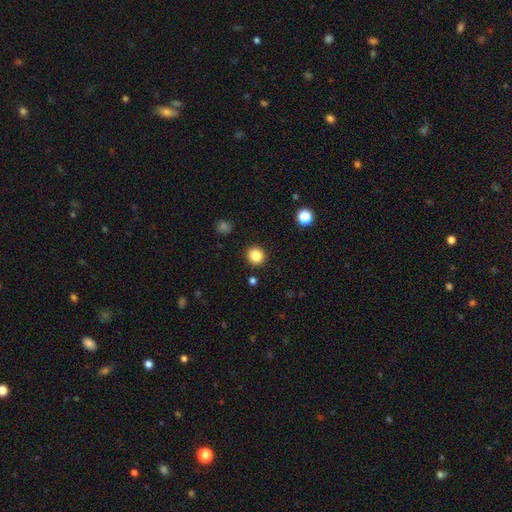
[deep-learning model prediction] Smooth or featured: smooth — 85% (star or artifact — 11%)
How rounded: round — 92% (in between — 7%)
Merging: none — 91% (minor disturbance — 5%)